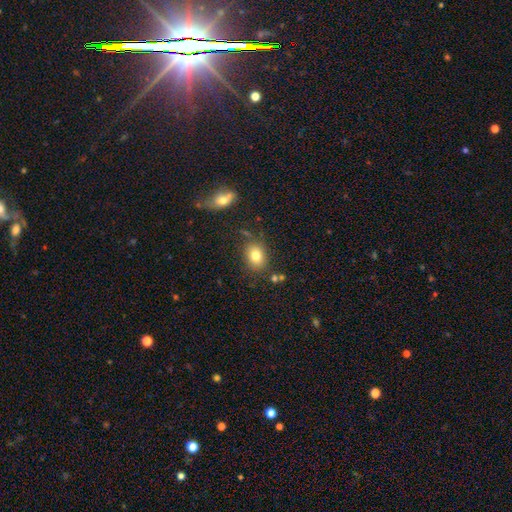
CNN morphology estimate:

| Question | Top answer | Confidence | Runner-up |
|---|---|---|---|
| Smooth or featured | smooth | 80% | star or artifact (11%) |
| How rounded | in between | 57% | round (42%) |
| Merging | none | 79% | minor disturbance (12%) |